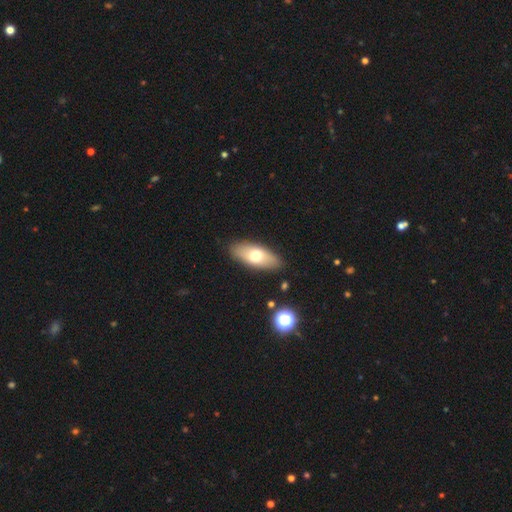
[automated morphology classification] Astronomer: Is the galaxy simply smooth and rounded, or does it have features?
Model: smooth — 67%.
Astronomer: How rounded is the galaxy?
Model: in between — 80%.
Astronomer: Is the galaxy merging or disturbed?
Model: none — 87%.